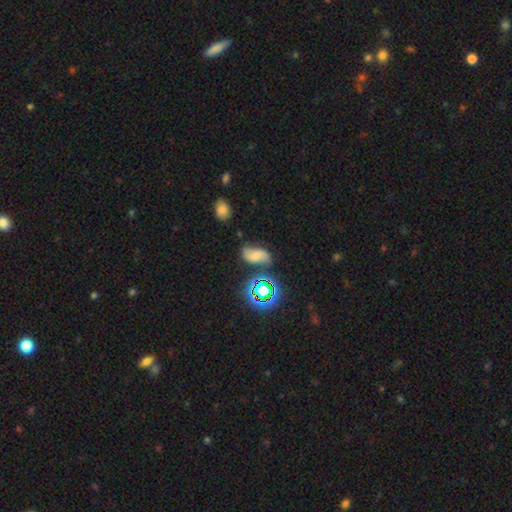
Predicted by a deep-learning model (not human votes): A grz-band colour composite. It shows a featured or disk galaxy (41%). Merging: none (58%).